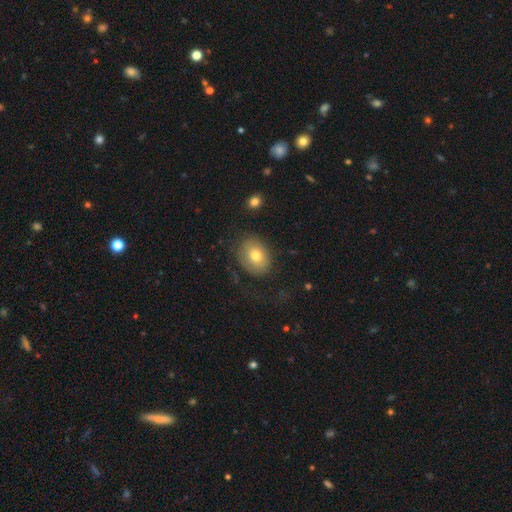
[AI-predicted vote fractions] The model was most divided on "how rounded": in between: 57%, round: 42%, cigar-shaped: 1%. More confident: merging — none (73%); smooth or featured — smooth (73%).